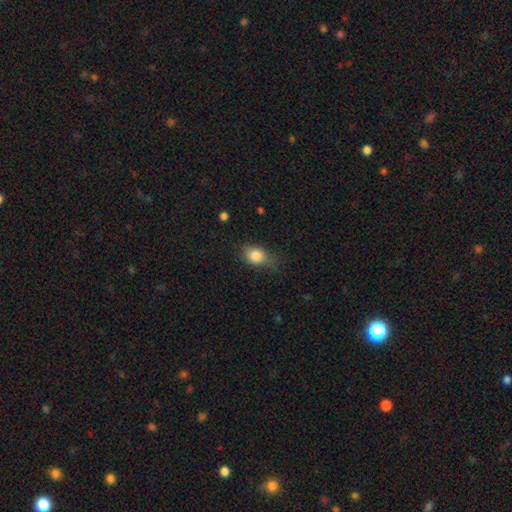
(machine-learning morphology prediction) Smooth or featured?
  - smooth: 83% *
  - star or artifact: 9%
  - featured or disk: 8%
How rounded?
  - in between: 54% *
  - round: 44%
  - cigar-shaped: 2%
Merging?
  - none: 56% *
  - minor disturbance: 32%
  - major disturbance: 10%
  - merger: 2%